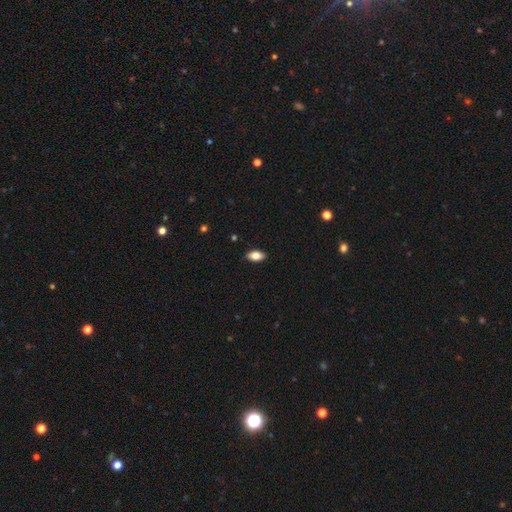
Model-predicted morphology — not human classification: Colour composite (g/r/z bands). It shows a smooth galaxy with no disk features (82%) that is in between round and cigar-shaped (91%). Merging: none (88%).